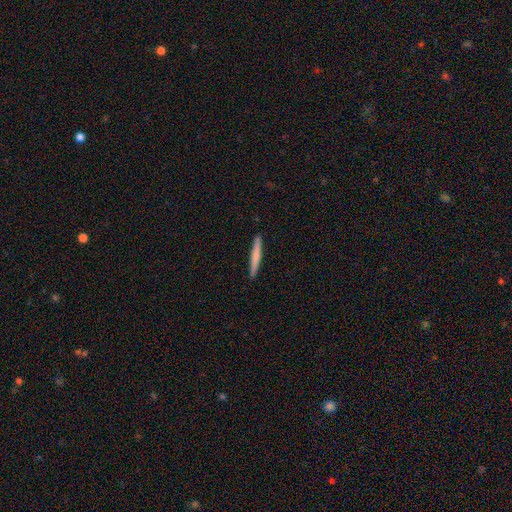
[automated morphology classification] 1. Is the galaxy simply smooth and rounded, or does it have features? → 64% smooth, 31% featured or disk, 5% star or artifact.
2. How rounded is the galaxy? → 96% cigar-shaped, 2% in between, 1% round.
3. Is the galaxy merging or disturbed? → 91% none, 6% minor disturbance, 1% major disturbance, 1% merger.